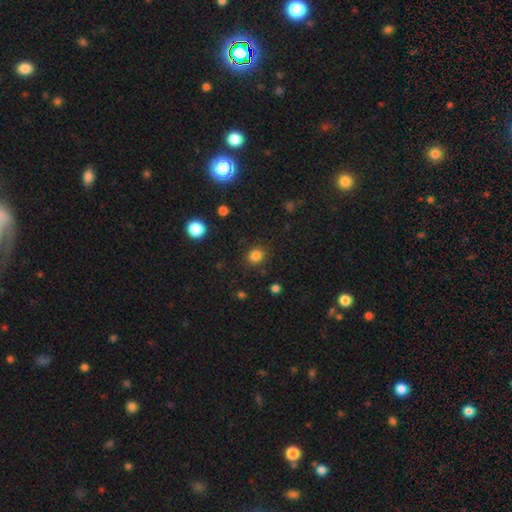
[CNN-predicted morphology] Smooth or featured: smooth — 83% (star or artifact — 13%)
How rounded: round — 82% (in between — 17%)
Merging: none — 86% (minor disturbance — 9%)